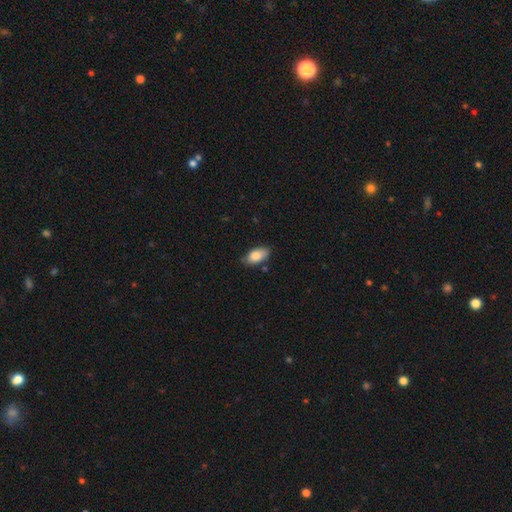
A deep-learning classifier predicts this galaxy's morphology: Smooth or featured? smooth (83%)
How rounded? in between (92%)
Merging? none (77%)